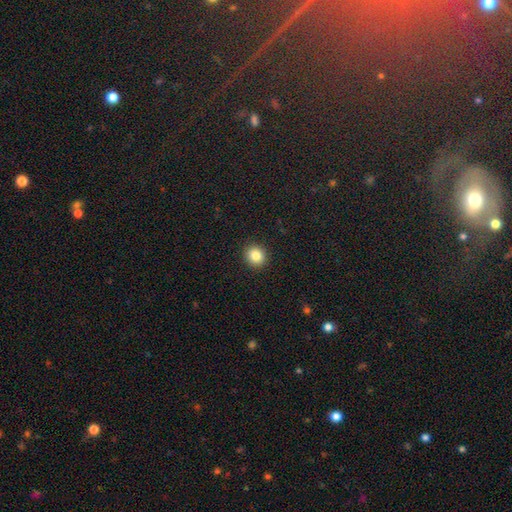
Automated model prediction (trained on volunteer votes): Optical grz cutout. It shows a smooth galaxy with no disk features (84%) that is round (85%). Merging: none (92%).